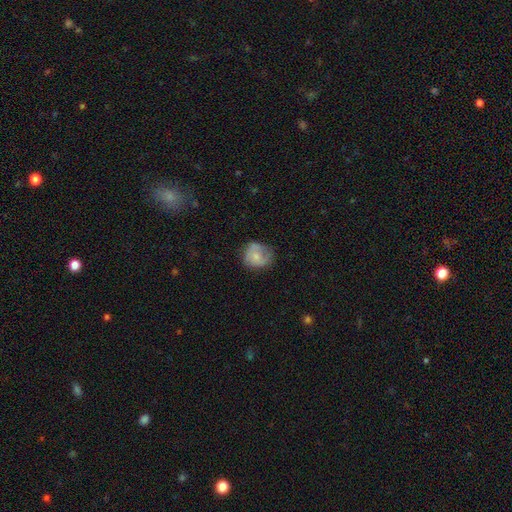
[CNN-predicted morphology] Smooth or featured? Predicted: smooth (p=0.64). How rounded? Predicted: round (p=0.74). Merging? Predicted: none (p=0.55).